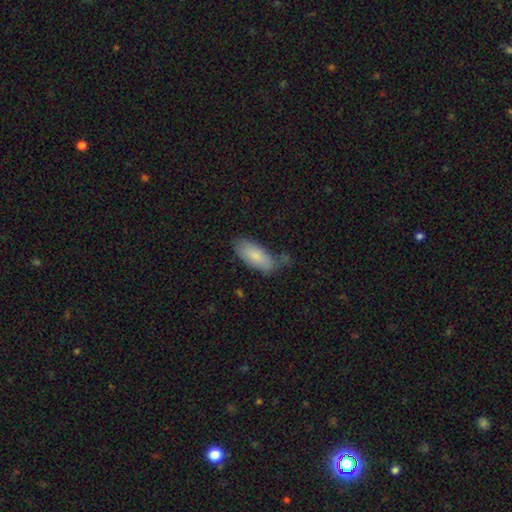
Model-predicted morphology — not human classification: Q: Smooth or featured?
A: smooth (82%); runner-up: featured or disk (11%)
Q: How rounded?
A: in between (84%); runner-up: cigar-shaped (14%)
Q: Merging?
A: none (62%); runner-up: minor disturbance (26%)